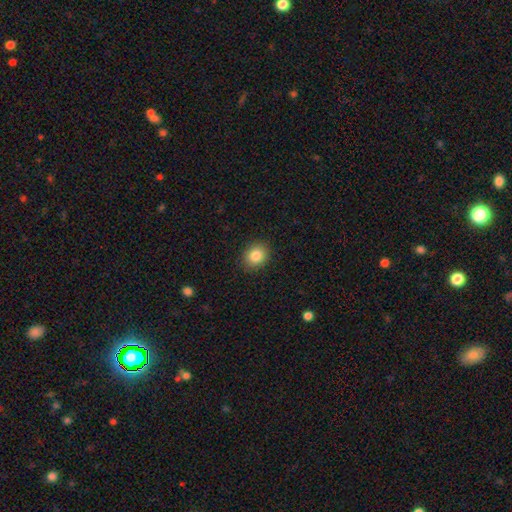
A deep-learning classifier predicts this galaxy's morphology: A smooth galaxy with no disk features (85%) that is round (64%). Merging: none (89%).